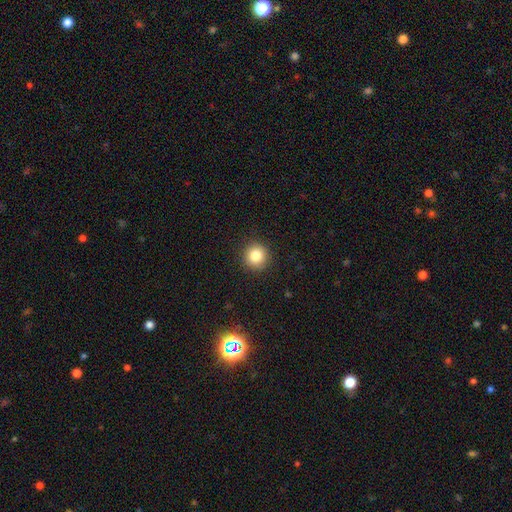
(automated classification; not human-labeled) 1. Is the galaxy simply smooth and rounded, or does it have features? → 84% smooth, 10% star or artifact, 5% featured or disk.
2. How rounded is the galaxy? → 93% round, 6% in between, 1% cigar-shaped.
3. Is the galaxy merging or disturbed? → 91% none, 6% minor disturbance, 2% major disturbance, 1% merger.